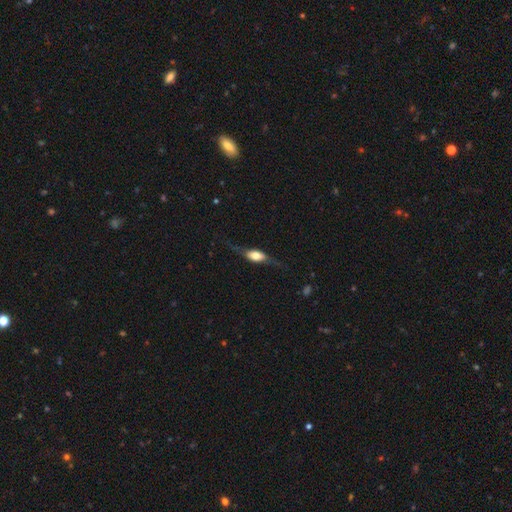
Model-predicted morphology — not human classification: featured or disk 58%, smooth 36%, star or artifact 7%. Down the decision tree: edge-on disk — yes (83%); merging — none (66%).